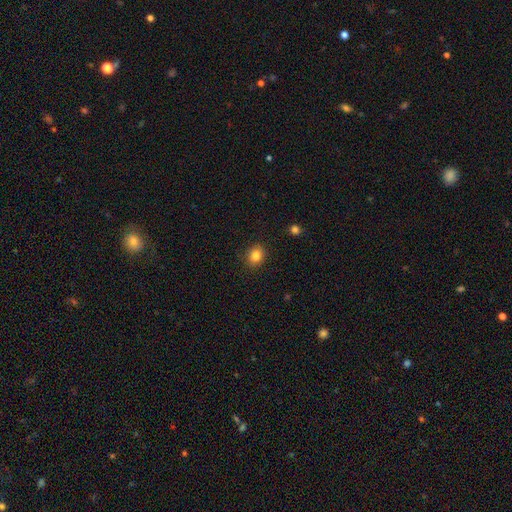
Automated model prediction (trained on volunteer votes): smooth-or-featured: smooth: 84% | star or artifact: 10% | featured or disk: 6%
  how-rounded: round: 59% | in between: 40% | cigar-shaped: 1%
  merging: none: 88% | minor disturbance: 8% | major disturbance: 2% | merger: 1%